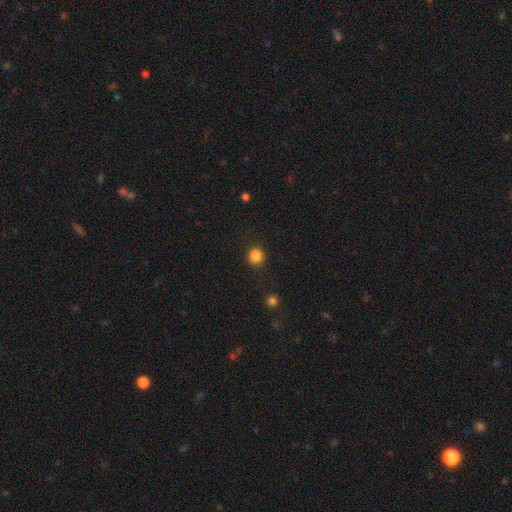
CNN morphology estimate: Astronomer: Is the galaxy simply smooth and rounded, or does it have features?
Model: smooth — 85%.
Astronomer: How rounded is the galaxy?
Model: round — 90%.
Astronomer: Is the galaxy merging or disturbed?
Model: none — 88%.